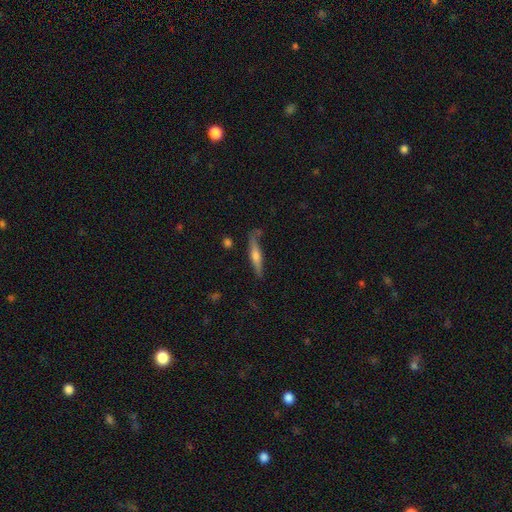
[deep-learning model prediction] This is possibly a featured or disk galaxy (58%). It is clearly viewed edge-on (95%). Edge-on bulge: clearly rounded (84%). Merging: likely none (77%).